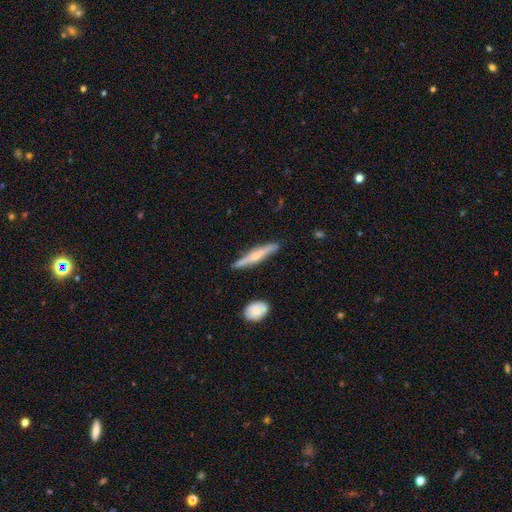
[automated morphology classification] Smooth or featured?
  - featured or disk: 63% *
  - smooth: 32%
  - star or artifact: 6%
Edge-on disk?
  - yes: 94% *
  - no: 6%
Edge-on bulge?
  - rounded: 82% *
  - none: 12%
  - boxy: 6%
Merging?
  - none: 85% *
  - minor disturbance: 11%
  - major disturbance: 2%
  - merger: 2%